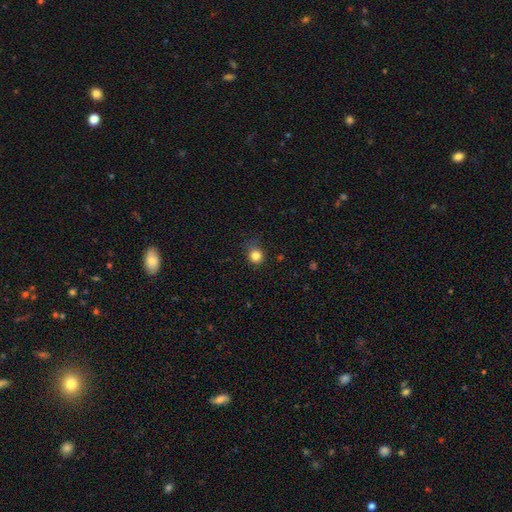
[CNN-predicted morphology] Overall: smooth (83%). How rounded: round (85%). Merging: none (73%).